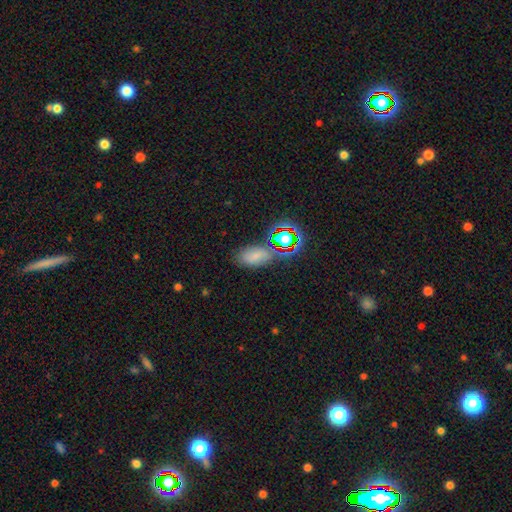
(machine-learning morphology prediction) smooth 64%, star or artifact 25%, featured or disk 11%. Down the decision tree: how rounded — in between (89%); merging — none (69%).